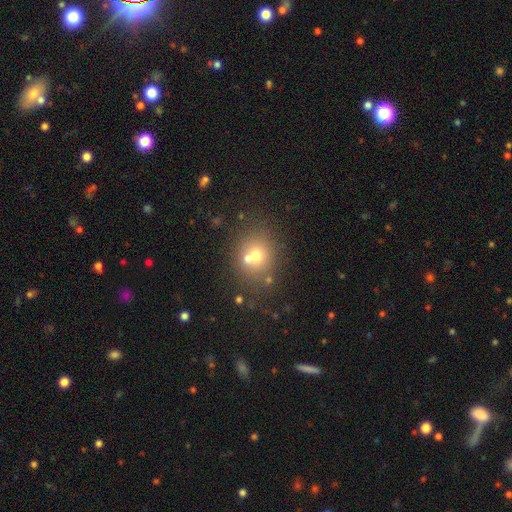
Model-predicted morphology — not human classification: Overall: smooth (65%). How rounded: round (79%). Merging: none (56%; merger 31%).